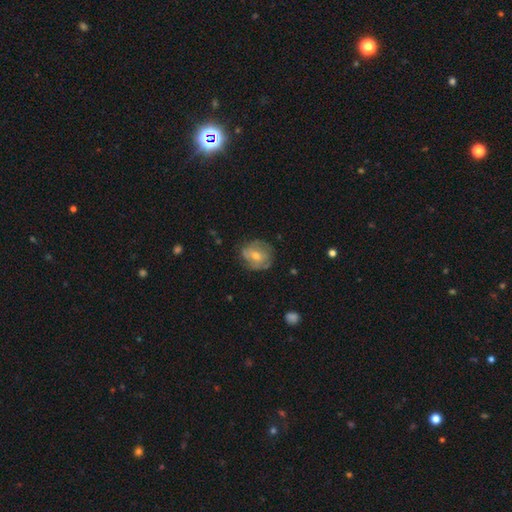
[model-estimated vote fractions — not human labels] Smooth or featured: featured or disk — 55% (smooth — 34%)
Edge-on disk: no — 96% (yes — 4%)
Bar: no — 60% (weak — 31%)
Spiral arms: yes — 67% (no — 33%)
Bulge size: moderate — 58% (small — 38%)
Merging: none — 71% (minor disturbance — 21%)